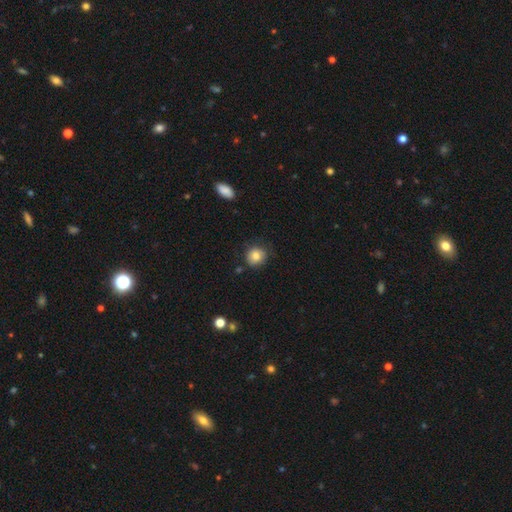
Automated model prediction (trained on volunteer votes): A smooth galaxy with no disk features (82%) that is round (85%).

Vote fractions:
- Smooth or featured? smooth: 82% / star or artifact: 9% / featured or disk: 8%
- How rounded? round: 85% / in between: 14% / cigar-shaped: 1%
- Merging? none: 79% / minor disturbance: 16% / major disturbance: 3% / merger: 2%